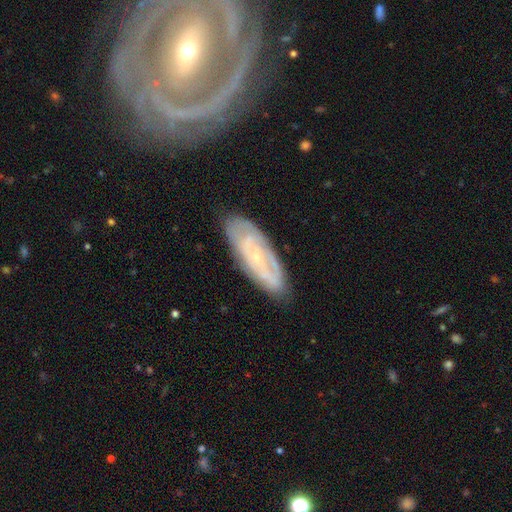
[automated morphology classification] Smooth or featured? Predicted: featured or disk (p=0.67). Edge-on disk? Predicted: no (p=0.84). Bar? Predicted: no (p=0.65). Spiral arms? Predicted: yes (p=0.74). Bulge size? Predicted: small (p=0.80). Merging? Predicted: none (p=0.78).